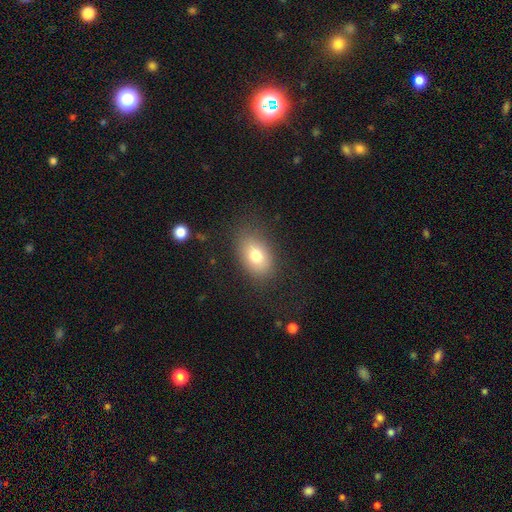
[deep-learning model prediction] Smooth or featured? Predicted: smooth (p=0.77). How rounded? Predicted: in between (p=0.85). Merging? Predicted: none (p=0.82).